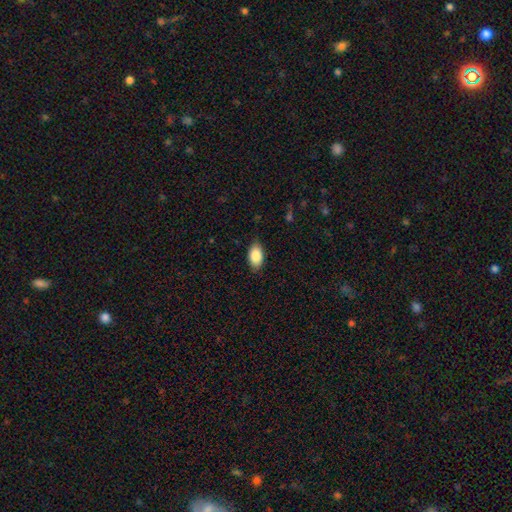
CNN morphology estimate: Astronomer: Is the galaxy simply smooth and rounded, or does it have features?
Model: smooth — 87%.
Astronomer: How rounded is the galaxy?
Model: in between — 93%.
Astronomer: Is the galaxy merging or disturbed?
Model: none — 85%.